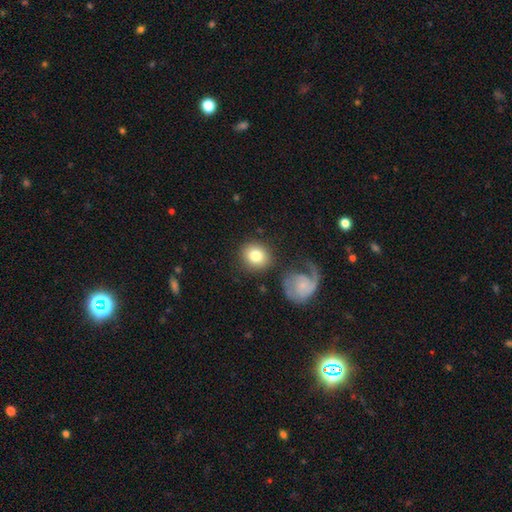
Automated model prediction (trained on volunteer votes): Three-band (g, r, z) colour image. It shows a smooth galaxy with no disk features (78%) that is round (84%). Merging: none (78%).